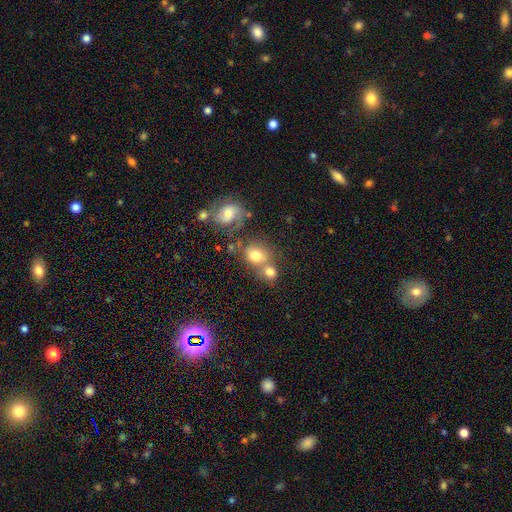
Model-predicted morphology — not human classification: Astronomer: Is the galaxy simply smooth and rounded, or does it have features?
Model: smooth — 73%.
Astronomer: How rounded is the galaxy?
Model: round — 66%.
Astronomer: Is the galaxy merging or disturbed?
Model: none — 44% (runner-up: merger, 40%).